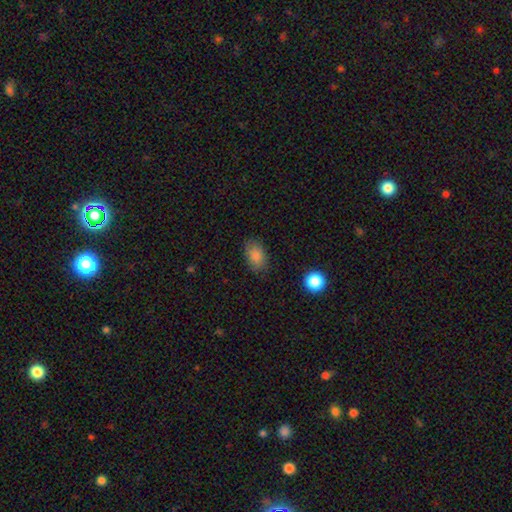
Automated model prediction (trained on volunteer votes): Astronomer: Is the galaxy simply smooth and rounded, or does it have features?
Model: smooth — 85%.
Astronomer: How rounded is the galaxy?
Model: in between — 85%.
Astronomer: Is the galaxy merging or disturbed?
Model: none — 80%.